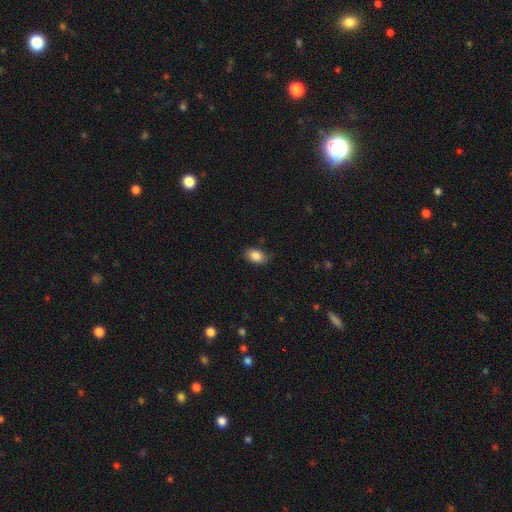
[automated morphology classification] Smooth or featured? Predicted: smooth (p=0.86). How rounded? Predicted: in between (p=0.86). Merging? Predicted: none (p=0.80).